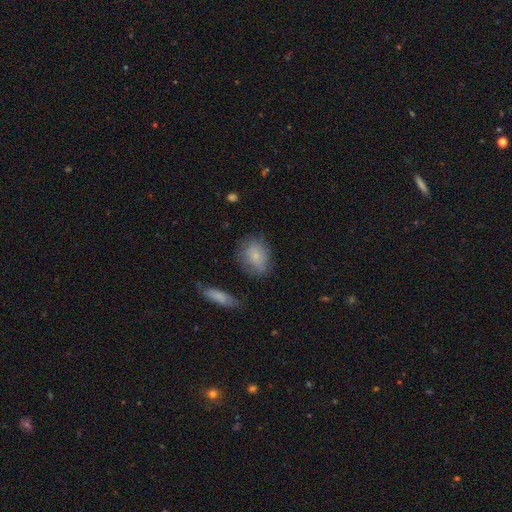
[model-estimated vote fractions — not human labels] This is likely a smooth galaxy (77%). How rounded: likely in between (61%). Merging: likely none (63%).